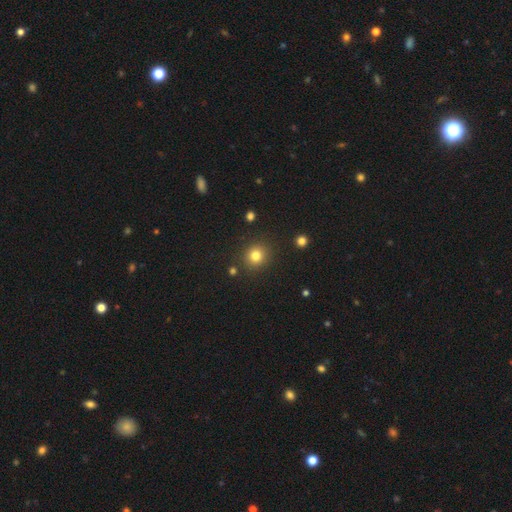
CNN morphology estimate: Smooth or featured? Predicted: smooth (p=0.81). How rounded? Predicted: round (p=0.89). Merging? Predicted: none (p=0.88).